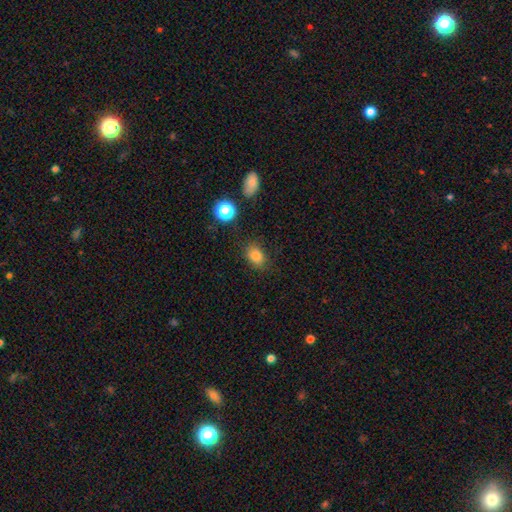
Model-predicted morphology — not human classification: smooth-or-featured: smooth: 81% | star or artifact: 13% | featured or disk: 6%
  how-rounded: in between: 67% | round: 32% | cigar-shaped: 1%
  merging: none: 79% | minor disturbance: 14% | major disturbance: 4% | merger: 2%